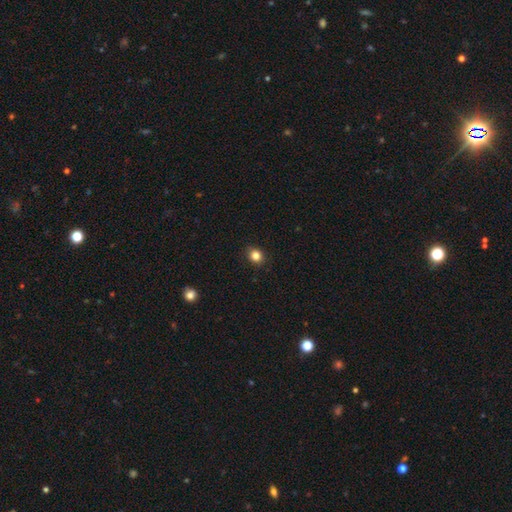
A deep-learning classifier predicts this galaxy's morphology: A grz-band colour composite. It shows a smooth galaxy with no disk features (83%) that is round (69%). Merging: none (90%).